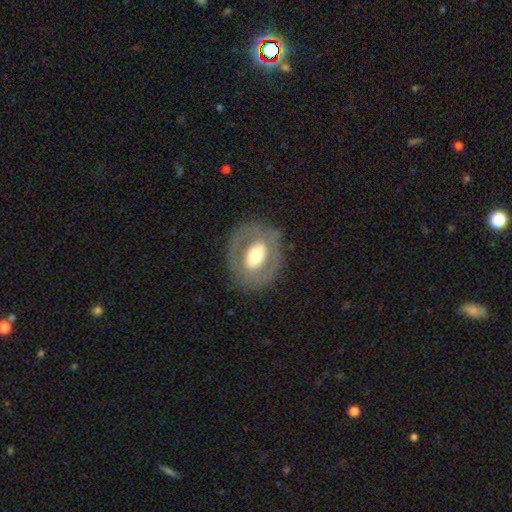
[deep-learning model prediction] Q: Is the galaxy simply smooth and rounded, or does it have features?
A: featured or disk — 57%.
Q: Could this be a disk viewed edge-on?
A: no — 92%.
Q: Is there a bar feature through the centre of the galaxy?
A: no — 45%.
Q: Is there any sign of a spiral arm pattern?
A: no — 76%.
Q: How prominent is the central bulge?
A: moderate — 57%.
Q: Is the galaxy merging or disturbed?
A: none — 76%.